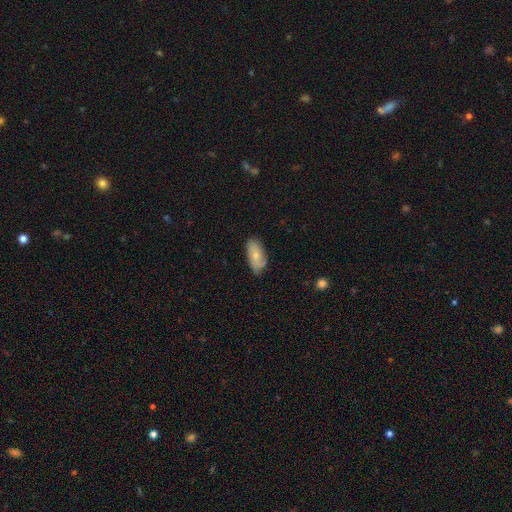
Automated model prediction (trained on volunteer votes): Smooth or featured? smooth (62%)
How rounded? in between (90%)
Merging? none (69%)